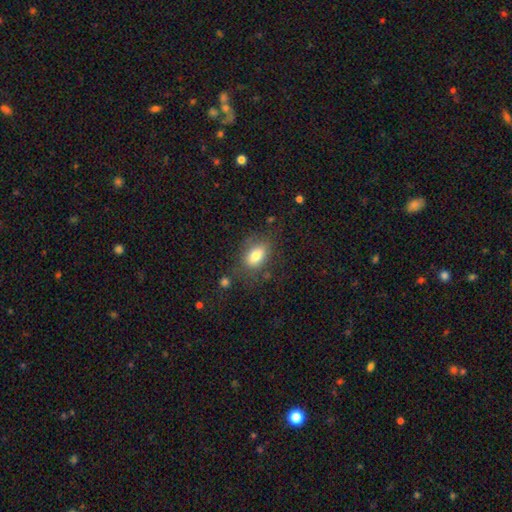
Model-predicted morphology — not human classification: This is likely a smooth galaxy (79%). How rounded: clearly in between (84%). Merging: likely none (72%).